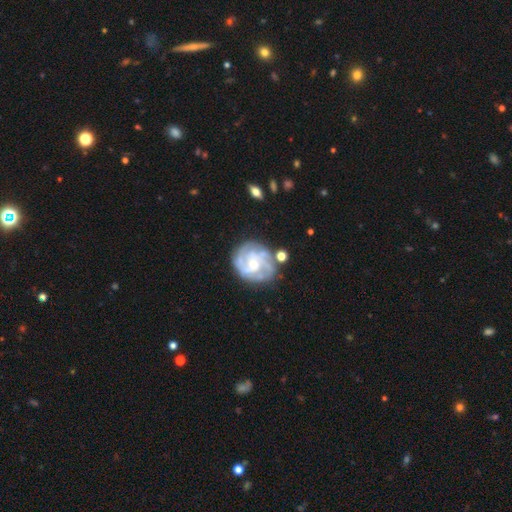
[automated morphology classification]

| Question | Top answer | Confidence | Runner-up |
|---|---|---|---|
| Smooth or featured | featured or disk | 84% | smooth (11%) |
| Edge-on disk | no | 98% | yes (2%) |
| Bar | no | 63% | weak (31%) |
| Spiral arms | yes | 92% | no (8%) |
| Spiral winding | tight | 50% | medium (39%) |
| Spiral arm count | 3 | 30% | can't tell (25%) |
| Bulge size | small | 48% | moderate (44%) |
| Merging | none | 70% | minor disturbance (17%) |